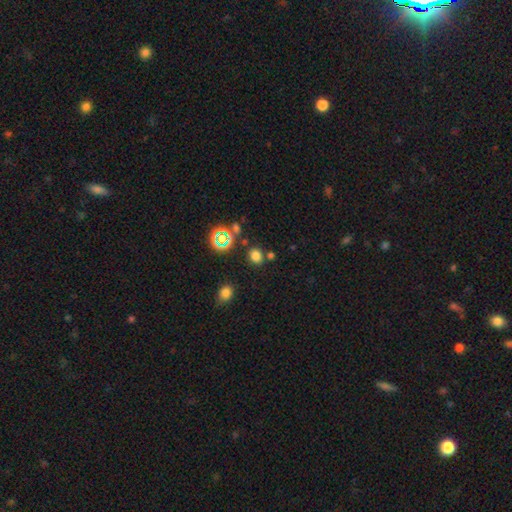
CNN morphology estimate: Smooth or featured?
  - smooth: 71% *
  - star or artifact: 23%
  - featured or disk: 6%
How rounded?
  - round: 67% *
  - in between: 32%
  - cigar-shaped: 1%
Merging?
  - none: 78% *
  - minor disturbance: 9%
  - merger: 9%
  - major disturbance: 4%